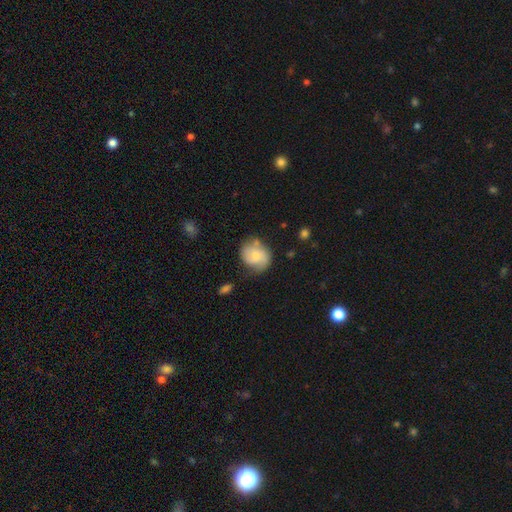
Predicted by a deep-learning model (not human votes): smooth_or_featured: smooth (p=0.50) [alt: featured or disk p=0.42]
how_rounded: round (p=0.65) [alt: in between p=0.34]
merging: none (p=0.58) [alt: minor disturbance p=0.27]